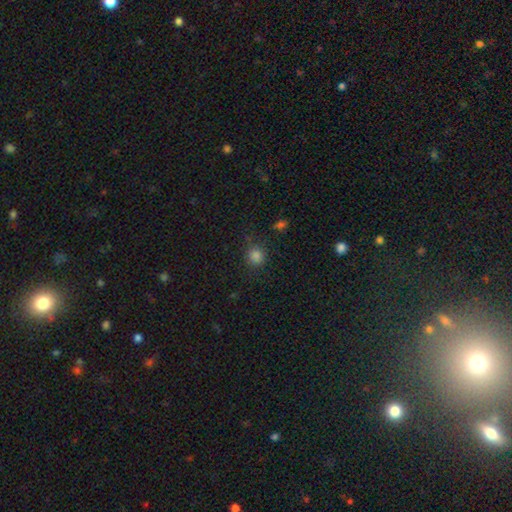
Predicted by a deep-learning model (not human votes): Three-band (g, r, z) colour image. It shows a smooth galaxy with no disk features (81%) that is round (87%). Merging: none (81%).